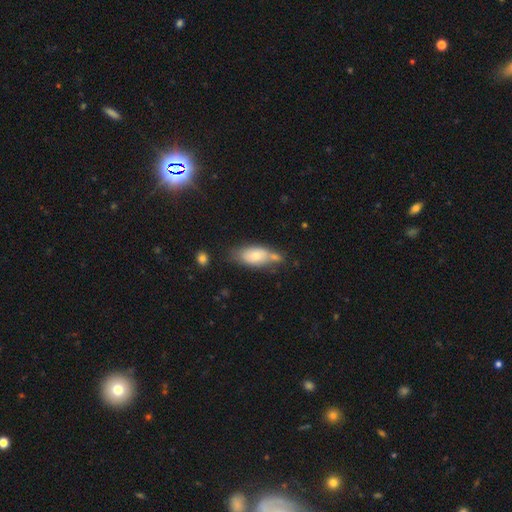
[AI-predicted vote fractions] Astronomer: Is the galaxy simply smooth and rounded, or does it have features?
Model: smooth — 72%.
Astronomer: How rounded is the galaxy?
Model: in between — 88%.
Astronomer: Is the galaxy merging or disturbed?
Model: none — 45% (runner-up: merger, 26%).